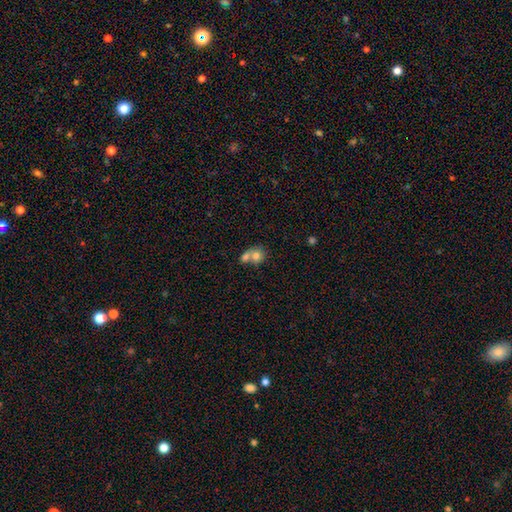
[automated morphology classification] The model was most divided on "how rounded": round: 68%, in between: 31%, cigar-shaped: 1%. More confident: smooth or featured — smooth (75%); merging — merger (63%).